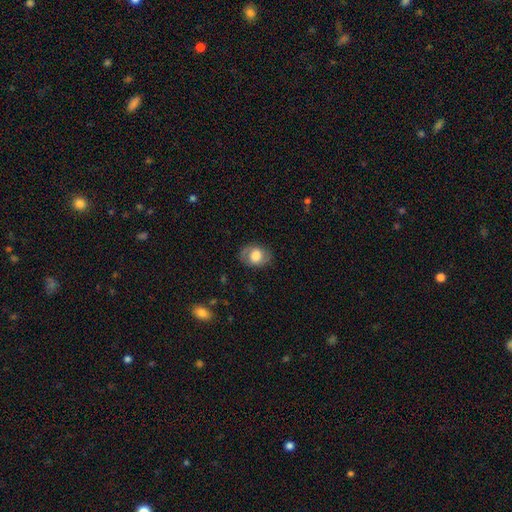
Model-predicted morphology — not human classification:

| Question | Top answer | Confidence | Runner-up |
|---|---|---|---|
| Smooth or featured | smooth | 60% | featured or disk (33%) |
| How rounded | in between | 60% | round (39%) |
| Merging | none | 78% | minor disturbance (15%) |